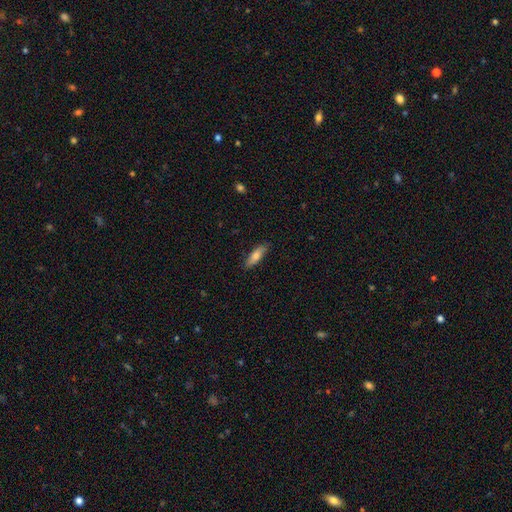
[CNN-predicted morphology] Smooth or featured: smooth — 73% (featured or disk — 21%)
How rounded: cigar-shaped — 57% (in between — 41%)
Merging: none — 86% (minor disturbance — 11%)